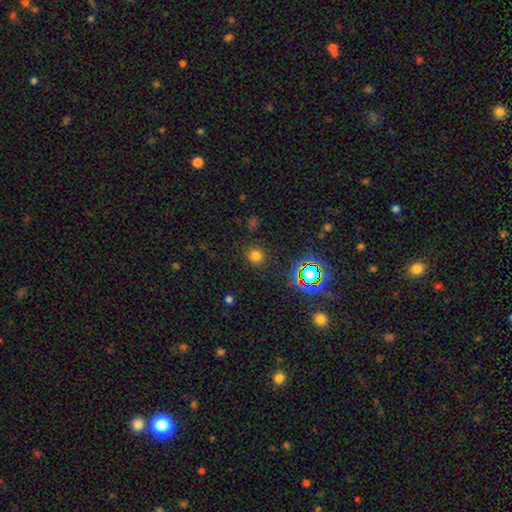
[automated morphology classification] This appears to be a smooth galaxy with no disk features (73%) that is round (90%). Merging: none (88%).